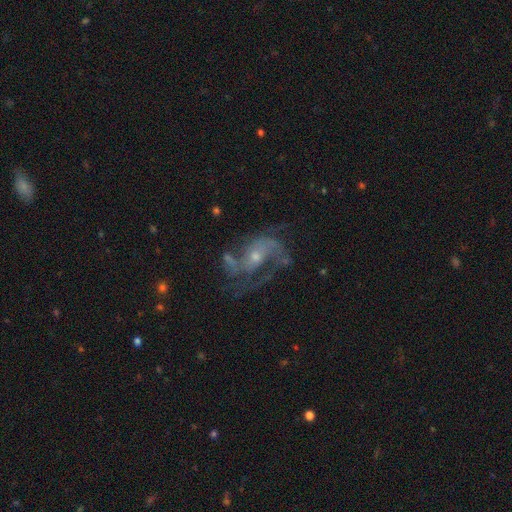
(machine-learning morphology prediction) Smooth or featured? featured or disk (83%)
Edge-on disk? no (97%)
Bar? no (60%)
Spiral arms? yes (91%)
Spiral winding? medium (49%)
Spiral arm count? 2 (58%)
Bulge size? small (56%)
Merging? none (48%)